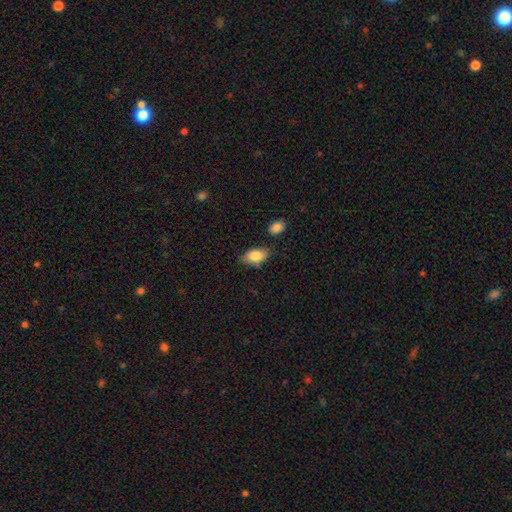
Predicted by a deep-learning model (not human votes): Smooth or featured? smooth (83%)
How rounded? in between (90%)
Merging? none (71%)